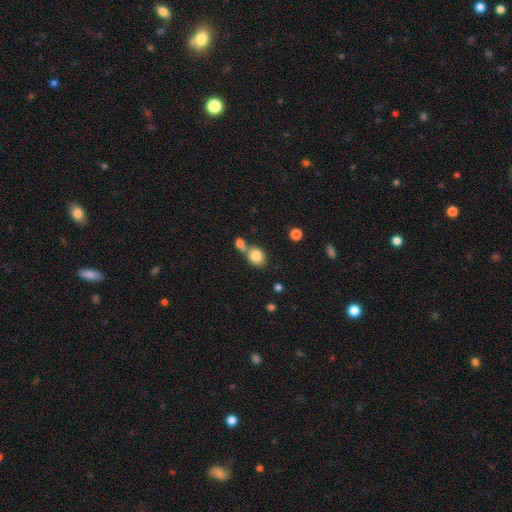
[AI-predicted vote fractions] Smooth or featured? smooth (82%)
How rounded? round (60%)
Merging? merger (43%)